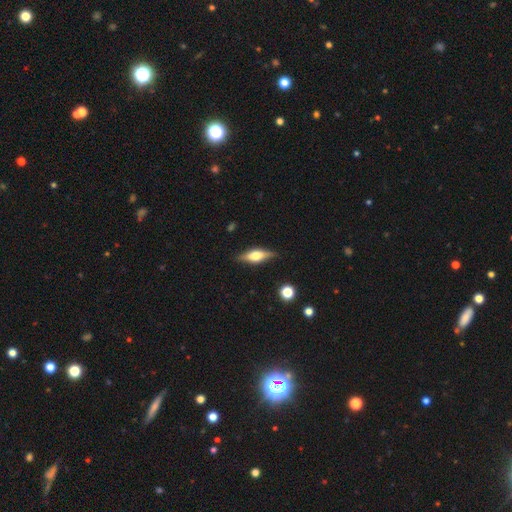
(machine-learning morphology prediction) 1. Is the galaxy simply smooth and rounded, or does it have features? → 59% featured or disk, 34% smooth, 7% star or artifact.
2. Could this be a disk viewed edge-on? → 94% yes, 6% no.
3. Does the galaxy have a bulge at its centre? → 88% rounded, 10% boxy, 2% none.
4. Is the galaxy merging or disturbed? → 86% none, 11% minor disturbance, 2% major disturbance, 1% merger.